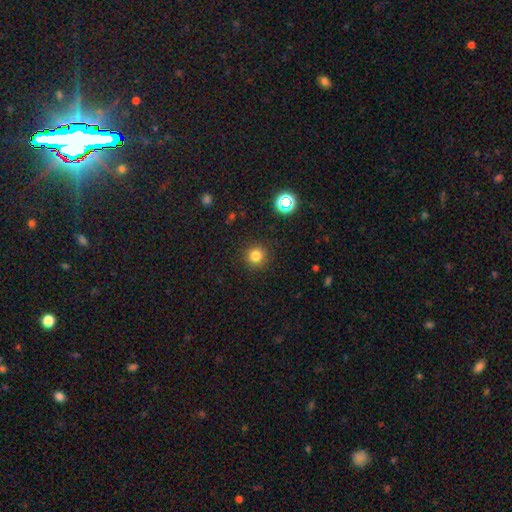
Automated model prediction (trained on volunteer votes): Smooth or featured? smooth (80%)
How rounded? round (94%)
Merging? none (90%)